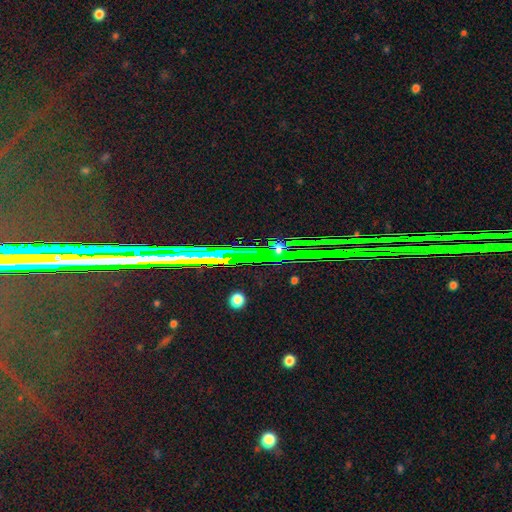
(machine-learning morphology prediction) star or artifact 60%, featured or disk 23%, smooth 18%.